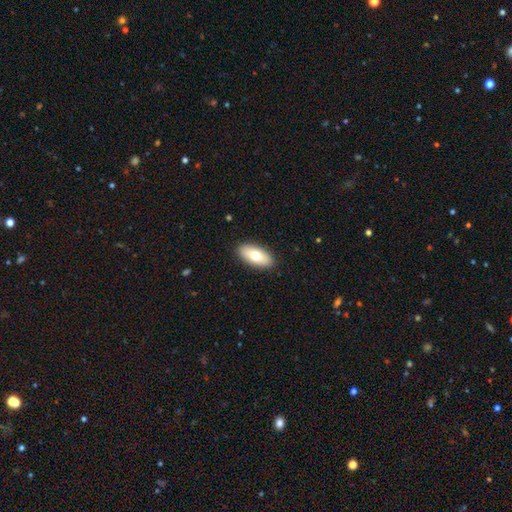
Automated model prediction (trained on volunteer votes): A smooth galaxy with no disk features (73%) that is in between round and cigar-shaped (90%). Merging: none (90%).